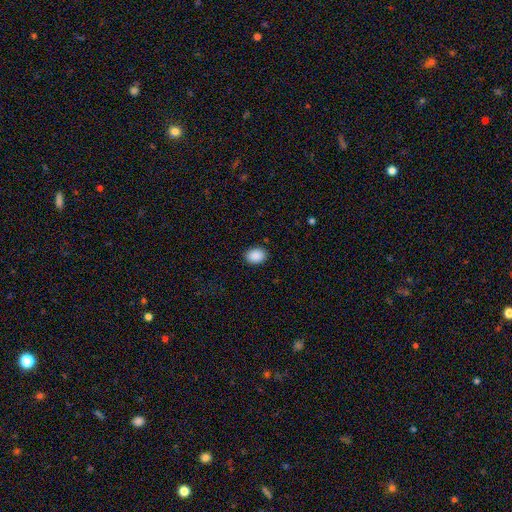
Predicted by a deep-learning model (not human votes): This appears to be a smooth galaxy with no disk features (90%) that is in between round and cigar-shaped (66%). Merging: none (89%).